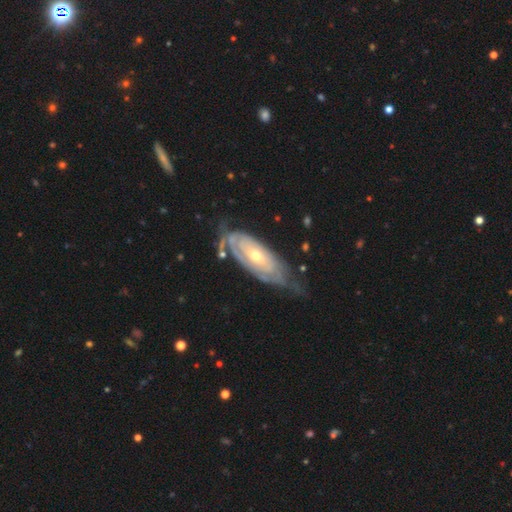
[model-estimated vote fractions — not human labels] Smooth or featured: featured or disk — 80% (smooth — 15%)
Edge-on disk: no — 88% (yes — 12%)
Bar: no — 75% (weak — 19%)
Spiral arms: yes — 81% (no — 19%)
Spiral winding: tight — 77% (medium — 17%)
Spiral arm count: can't tell — 57% (2 — 23%)
Bulge size: moderate — 53% (small — 42%)
Merging: none — 56% (minor disturbance — 27%)